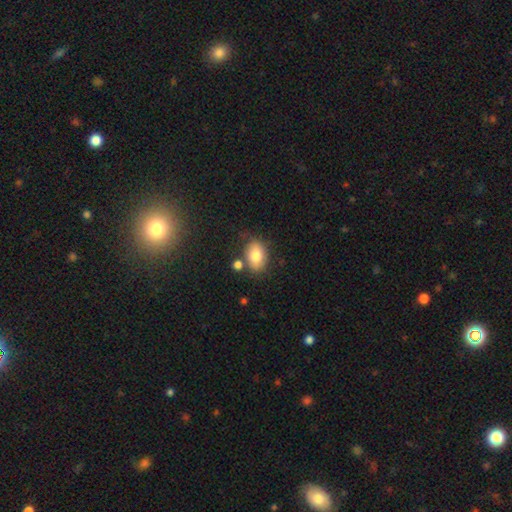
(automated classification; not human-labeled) smooth 78%, featured or disk 14%, star or artifact 8%. Down the decision tree: how rounded — in between (79%); merging — none (67%).